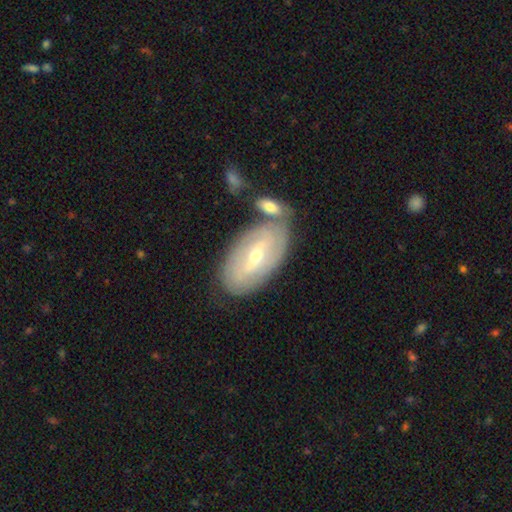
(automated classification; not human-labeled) A featured or disk galaxy (76%) with a weak bar (43%), 2 (45%) tight (62%) spiral arms (75%) and a small central bulge (53%). Merging: none (61%).